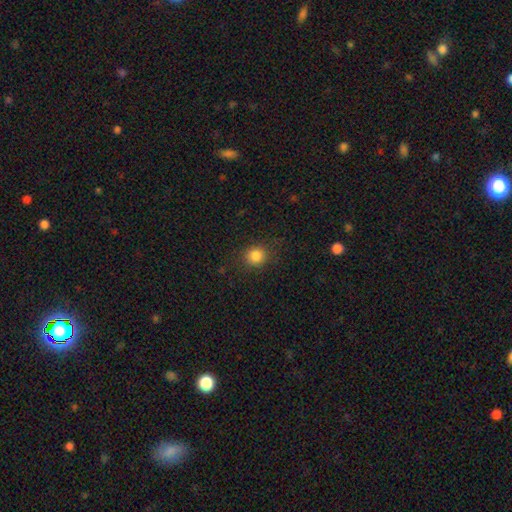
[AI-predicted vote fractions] Overall: smooth (84%). How rounded: round (86%). Merging: none (86%).